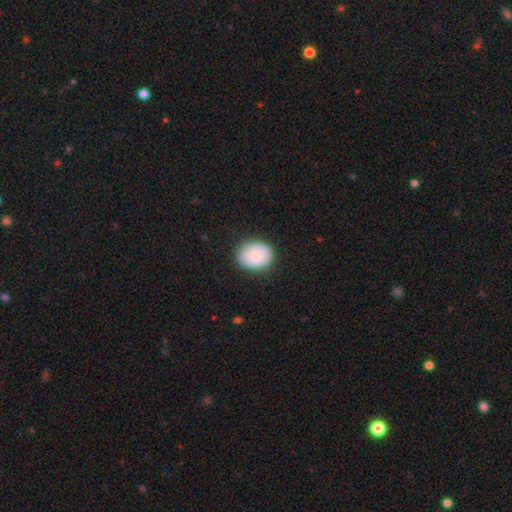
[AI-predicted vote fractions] Overall: smooth (84%). How rounded: round (51%; in between 48%). Merging: none (85%).